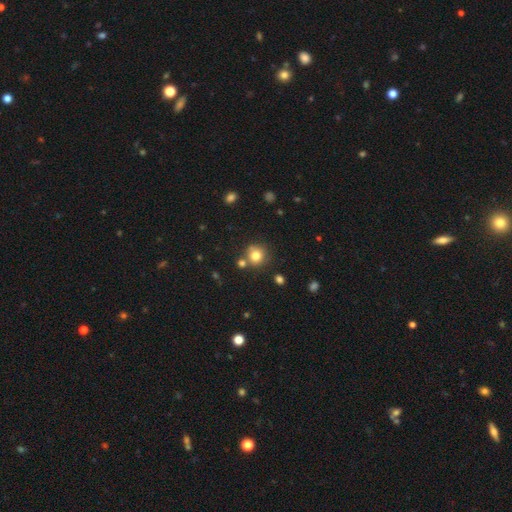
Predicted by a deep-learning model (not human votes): A smooth galaxy with no disk features (79%) that is round (88%).

Vote fractions:
- Smooth or featured? smooth: 79% / star or artifact: 12% / featured or disk: 8%
- How rounded? round: 88% / in between: 11% / cigar-shaped: 1%
- Merging? none: 71% / merger: 14% / minor disturbance: 11% / major disturbance: 3%